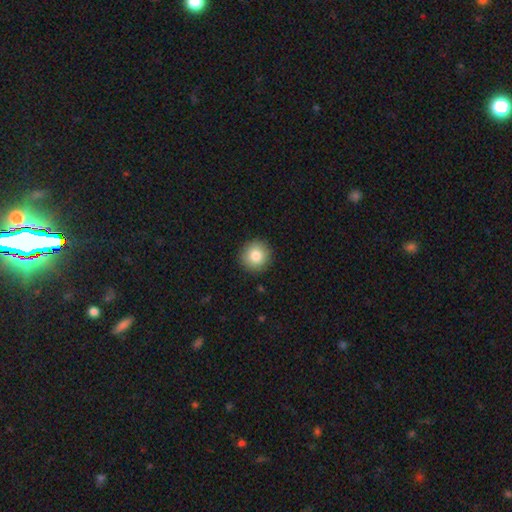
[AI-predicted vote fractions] The model was most divided on "smooth or featured": smooth: 83%, star or artifact: 9%, featured or disk: 8%. More confident: how rounded — round (94%); merging — none (91%).